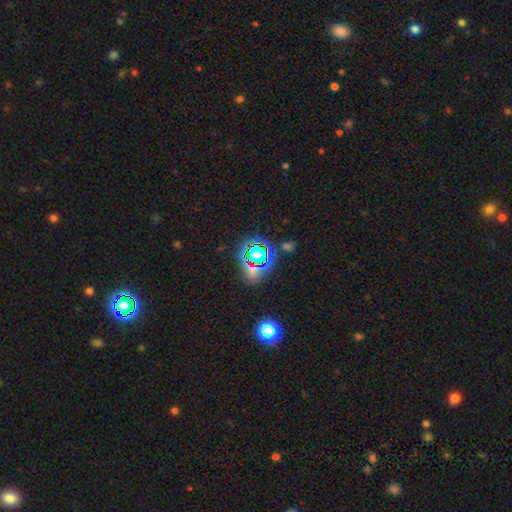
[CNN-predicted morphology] Smooth or featured? Predicted: star or artifact (p=0.53).